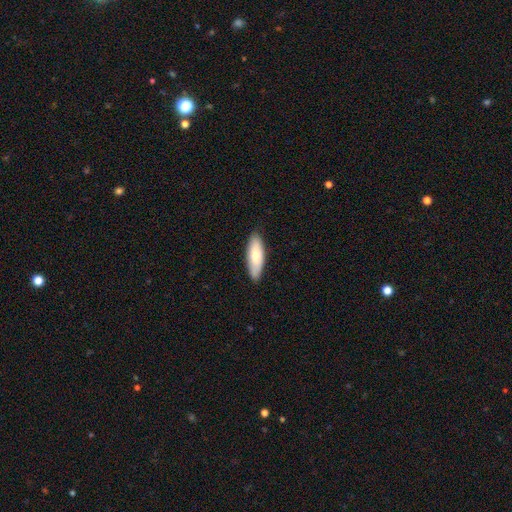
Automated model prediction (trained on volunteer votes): Smooth or featured? Predicted: smooth (p=0.72). How rounded? Predicted: in between (p=0.60). Merging? Predicted: none (p=0.87).